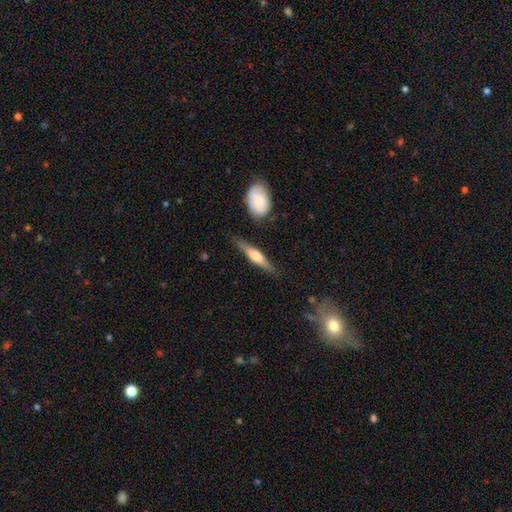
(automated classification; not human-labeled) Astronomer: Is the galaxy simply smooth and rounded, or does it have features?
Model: featured or disk — 55% (runner-up: smooth, 40%).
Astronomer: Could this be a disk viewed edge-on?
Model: yes — 94%.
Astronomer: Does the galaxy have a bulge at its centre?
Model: rounded — 77%.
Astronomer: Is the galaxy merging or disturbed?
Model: none — 81%.